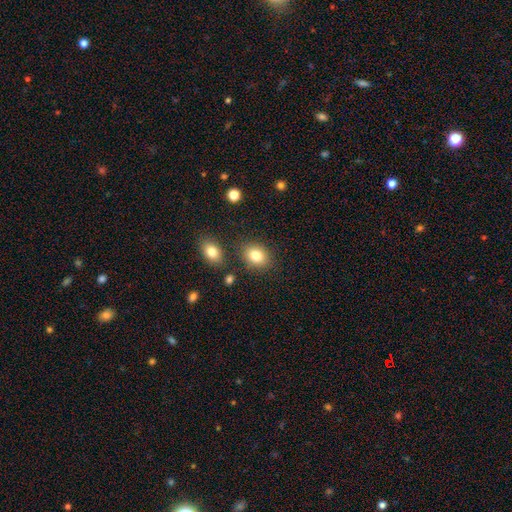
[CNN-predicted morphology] Smooth or featured: smooth — 82% (star or artifact — 9%)
How rounded: in between — 59% (round — 40%)
Merging: none — 80% (minor disturbance — 11%)